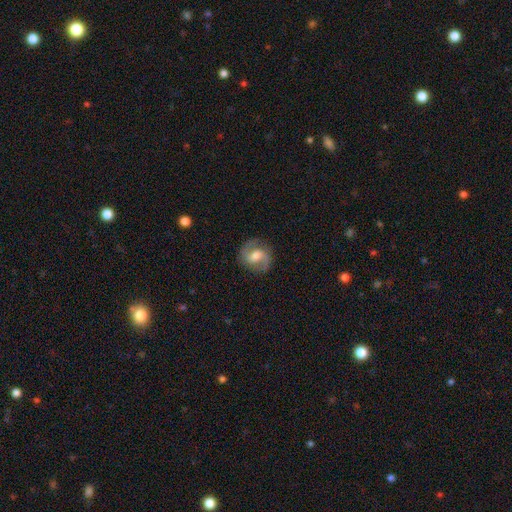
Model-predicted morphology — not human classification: Smooth or featured?
  - featured or disk: 69% *
  - smooth: 23%
  - star or artifact: 7%
Edge-on disk?
  - no: 97% *
  - yes: 3%
Bar?
  - weak: 52% *
  - no: 27%
  - strong: 21%
Spiral arms?
  - yes: 90% *
  - no: 10%
Spiral winding?
  - medium: 50% *
  - loose: 30%
  - tight: 20%
Spiral arm count?
  - 2: 89% *
  - can't tell: 5%
  - 1: 3%
  - 3: 1%
  - 4: 1%
  - more than 4: 1%
Bulge size?
  - moderate: 60% *
  - small: 20%
  - large: 14%
  - none: 3%
  - dominant: 2%
Merging?
  - none: 81% *
  - minor disturbance: 13%
  - major disturbance: 5%
  - merger: 1%